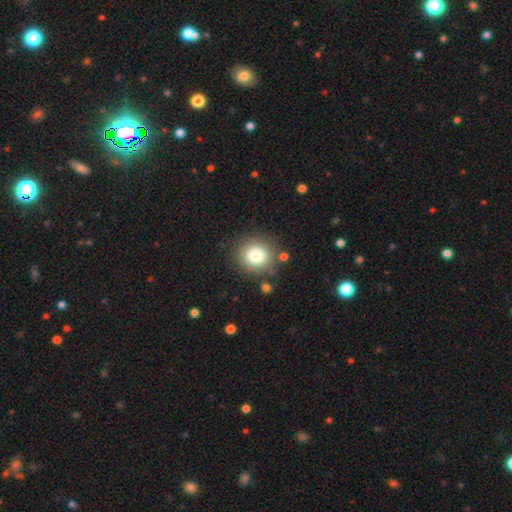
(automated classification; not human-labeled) Smooth or featured?
  - smooth: 79% *
  - star or artifact: 11%
  - featured or disk: 10%
How rounded?
  - round: 89% *
  - in between: 10%
  - cigar-shaped: 1%
Merging?
  - none: 83% *
  - minor disturbance: 9%
  - merger: 4%
  - major disturbance: 4%